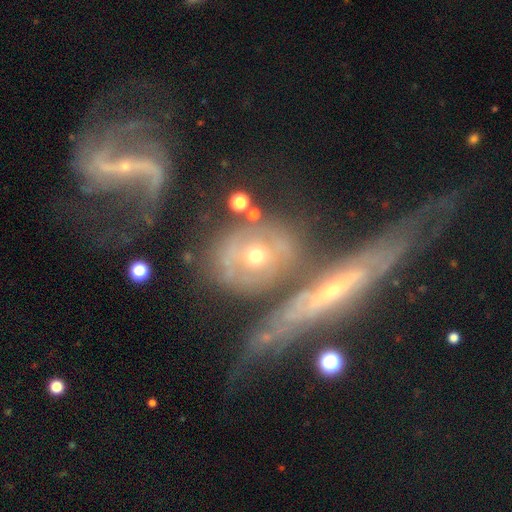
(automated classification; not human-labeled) Smooth or featured? Predicted: featured or disk (p=0.73). Edge-on disk? Predicted: no (p=0.65). Merging? Predicted: none (p=0.42).